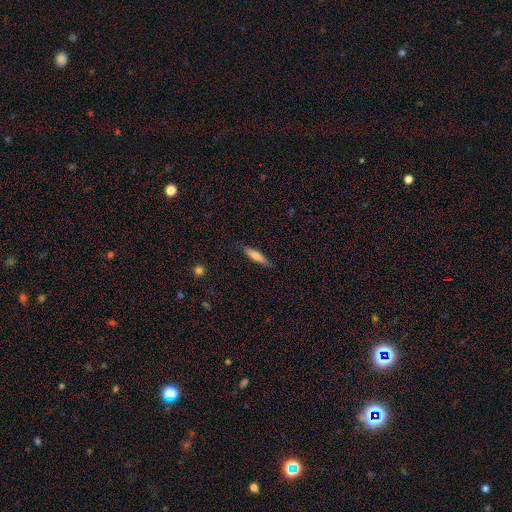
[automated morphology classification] This is likely a smooth galaxy (71%). How rounded: likely cigar-shaped (76%). Merging: clearly none (86%).